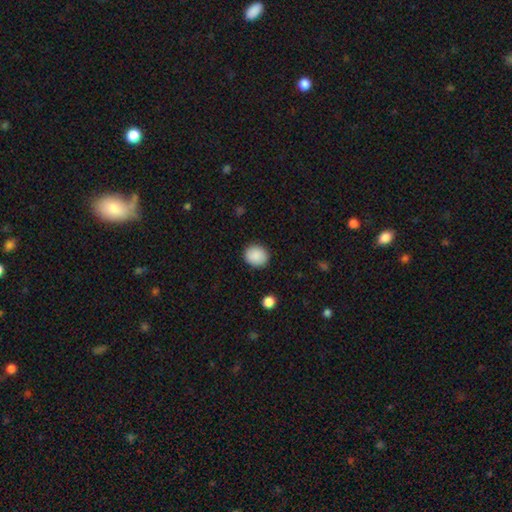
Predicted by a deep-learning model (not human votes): smooth-or-featured: smooth: 89% | star or artifact: 8% | featured or disk: 3%
  how-rounded: round: 75% | in between: 24% | cigar-shaped: 1%
  merging: none: 89% | minor disturbance: 8% | major disturbance: 2% | merger: 1%